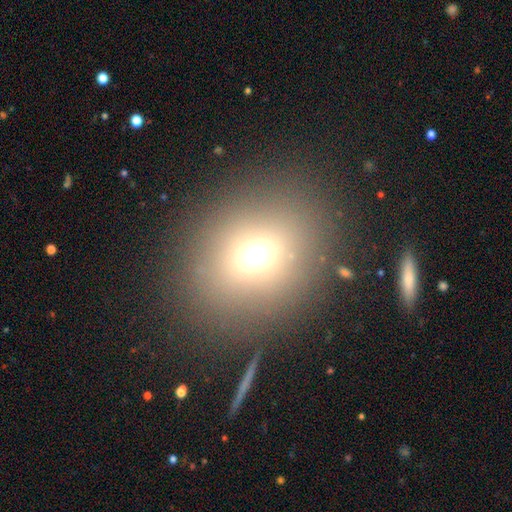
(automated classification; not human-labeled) smooth 66%, star or artifact 22%, featured or disk 12%. Down the decision tree: how rounded — round (65%); merging — none (81%).